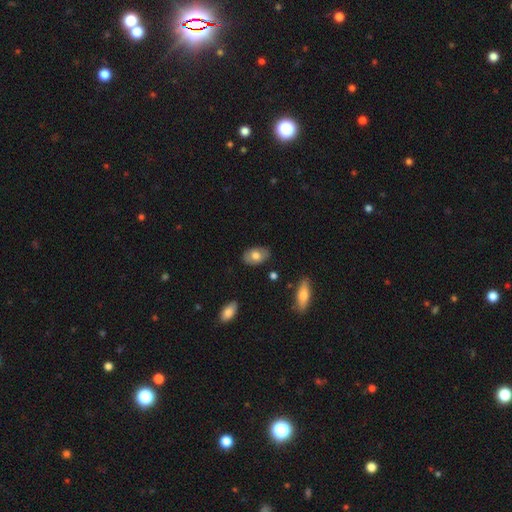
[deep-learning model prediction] Smooth or featured? Predicted: smooth (p=0.70). How rounded? Predicted: in between (p=0.90). Merging? Predicted: none (p=0.82).